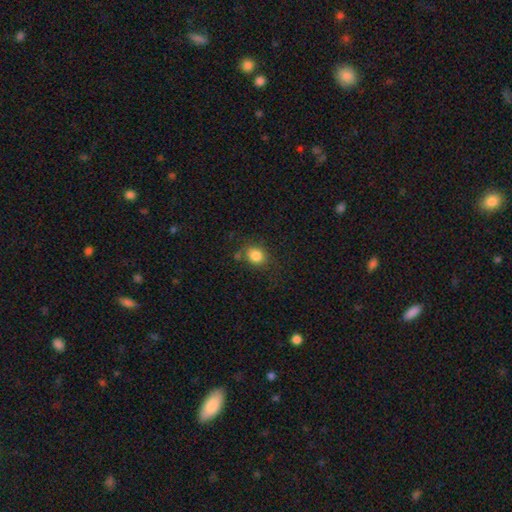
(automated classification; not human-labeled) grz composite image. It shows a smooth galaxy with no disk features (83%) that is round (63%). Merging: none (72%).